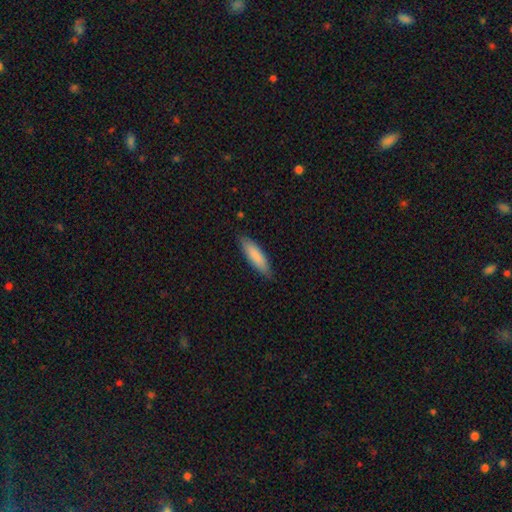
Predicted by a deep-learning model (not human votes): Q: Smooth or featured?
A: smooth (85%); runner-up: featured or disk (10%)
Q: How rounded?
A: cigar-shaped (64%); runner-up: in between (35%)
Q: Merging?
A: none (84%); runner-up: minor disturbance (13%)